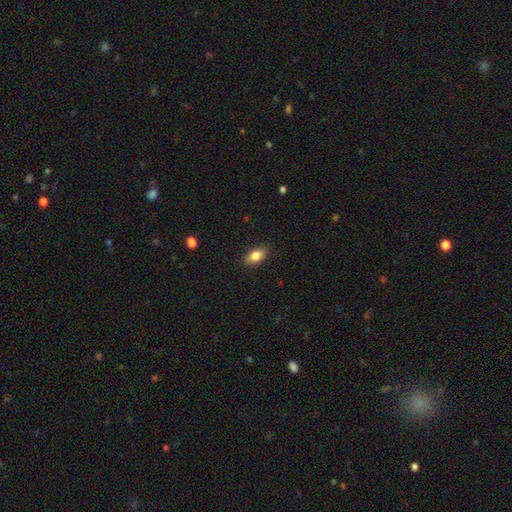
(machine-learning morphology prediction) Overall: smooth (79%). How rounded: in between (86%). Merging: none (87%).